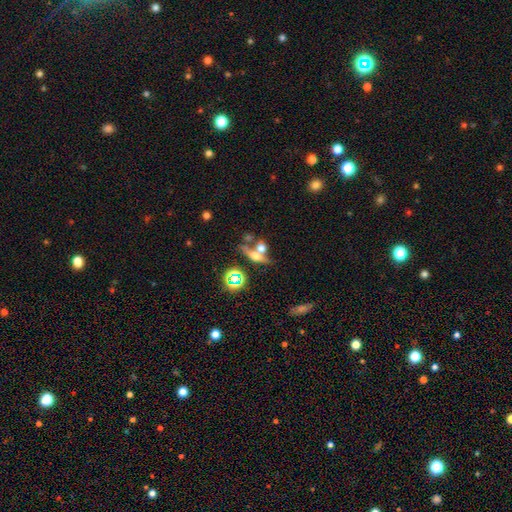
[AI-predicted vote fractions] A smooth galaxy with no disk features (42%). Merging: none (45%).